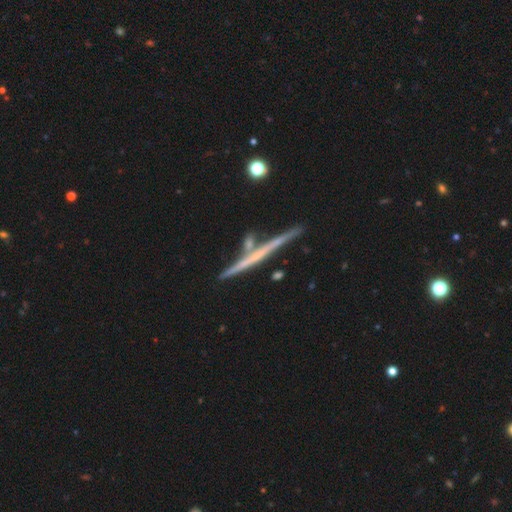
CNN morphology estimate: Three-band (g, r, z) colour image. It shows a featured or disk galaxy (67%) viewed edge-on (97%) with no central bulge (83%). Merging: none (78%).